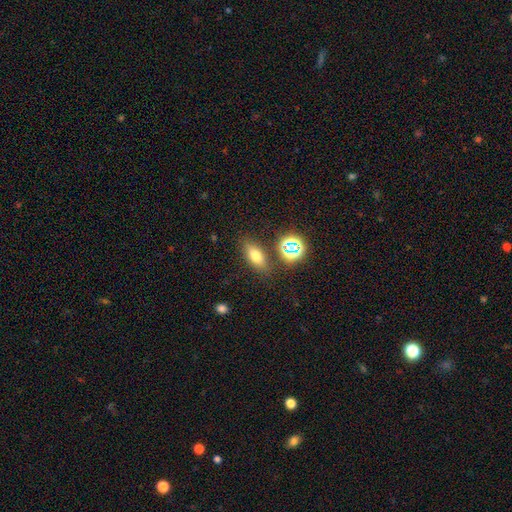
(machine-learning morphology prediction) The model was most divided on "smooth or featured": smooth: 67%, star or artifact: 17%, featured or disk: 16%. More confident: merging — none (81%); how rounded — in between (72%).